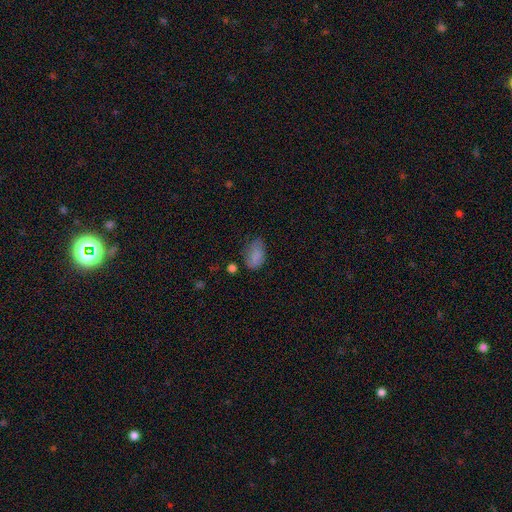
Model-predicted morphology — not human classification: smooth 81%, star or artifact 10%, featured or disk 9%. Down the decision tree: how rounded — in between (90%); merging — none (52%).